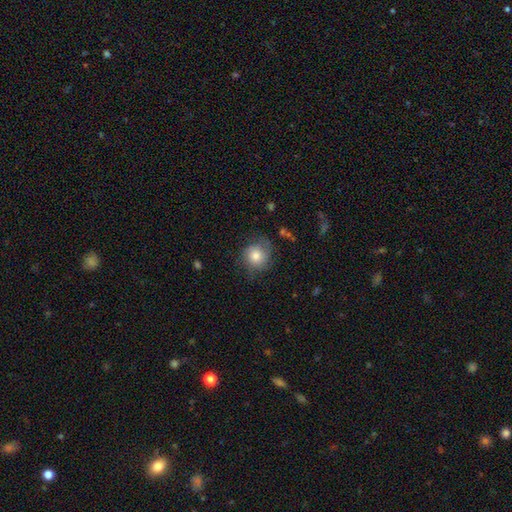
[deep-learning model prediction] This is likely a smooth galaxy (74%). How rounded: clearly round (87%). Merging: likely none (68%).